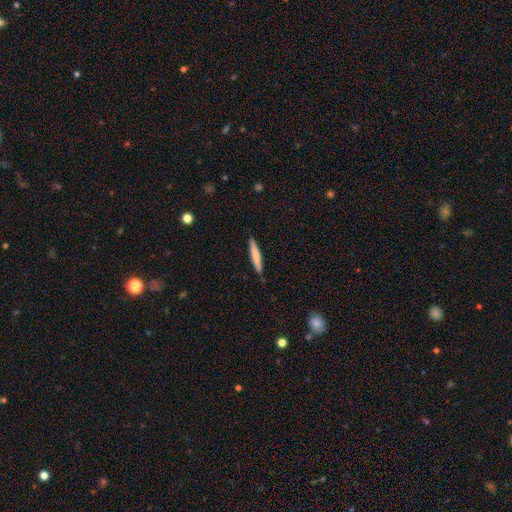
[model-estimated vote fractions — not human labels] A smooth galaxy with no disk features (73%) that is cigar-shaped (94%). Merging: none (90%).